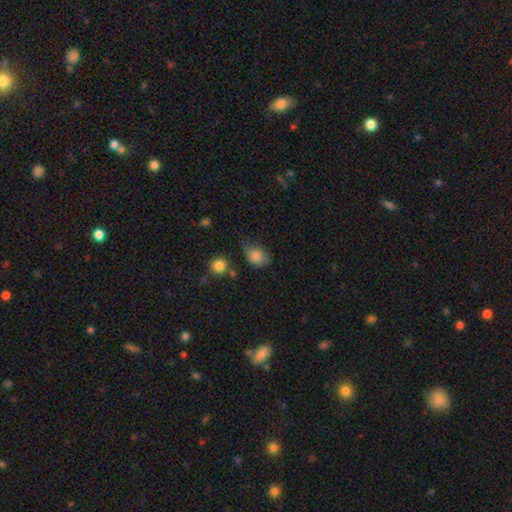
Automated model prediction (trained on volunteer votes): Smooth or featured: smooth — 80% (featured or disk — 10%)
How rounded: in between — 60% (round — 38%)
Merging: none — 43% (minor disturbance — 38%)